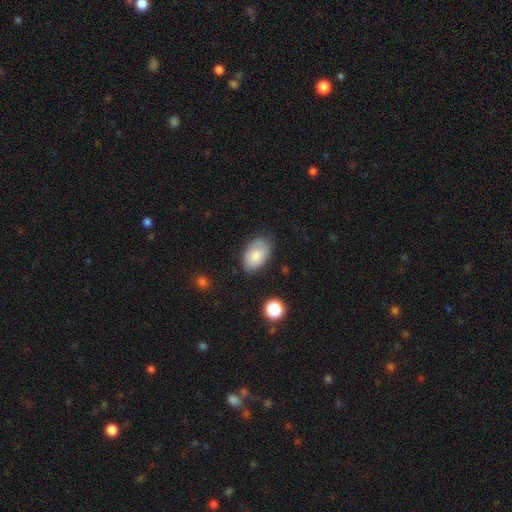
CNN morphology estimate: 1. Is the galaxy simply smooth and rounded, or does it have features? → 79% smooth, 14% featured or disk, 7% star or artifact.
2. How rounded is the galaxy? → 90% in between, 9% round, 1% cigar-shaped.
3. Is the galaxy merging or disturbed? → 69% none, 24% minor disturbance, 5% major disturbance, 2% merger.